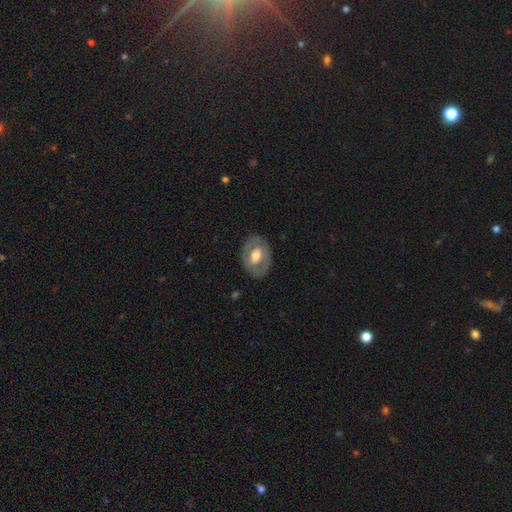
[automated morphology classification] Q: Smooth or featured?
A: featured or disk (47%); tied with: smooth (47%)
Q: Merging?
A: none (82%); runner-up: minor disturbance (12%)